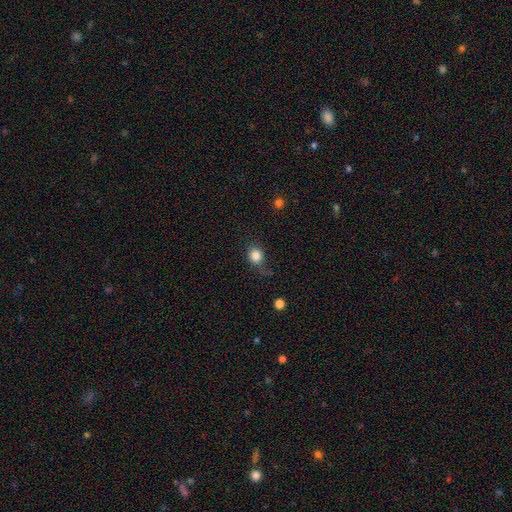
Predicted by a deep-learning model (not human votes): Smooth or featured?
  - smooth: 84% *
  - star or artifact: 10%
  - featured or disk: 6%
How rounded?
  - round: 71% *
  - in between: 27%
  - cigar-shaped: 1%
Merging?
  - none: 60% *
  - minor disturbance: 25%
  - major disturbance: 12%
  - merger: 3%